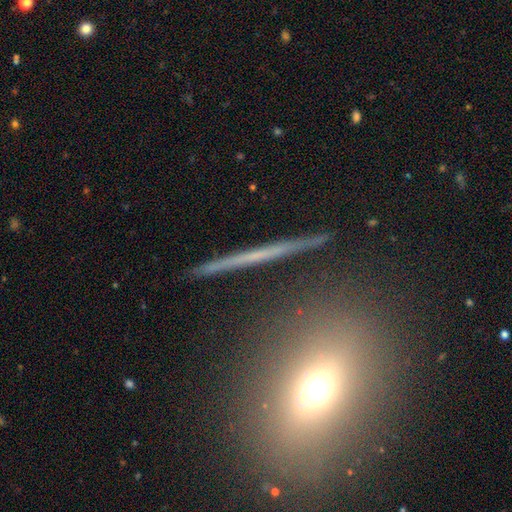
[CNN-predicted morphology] smooth-or-featured: featured or disk: 55% | smooth: 28% | star or artifact: 17%
  disk-edge-on: yes: 93% | no: 7%
    edge-on-bulge: none: 80% | rounded: 15% | boxy: 5%
  merging: none: 90% | minor disturbance: 6% | merger: 2% | major disturbance: 2%